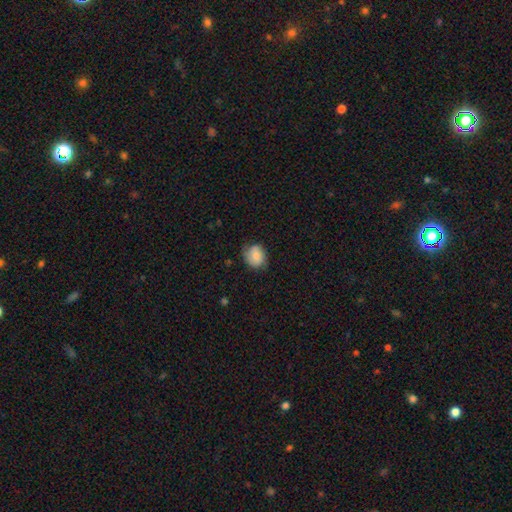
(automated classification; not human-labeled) This appears to be a smooth galaxy with no disk features (76%) that is round (65%). Merging: none (65%).